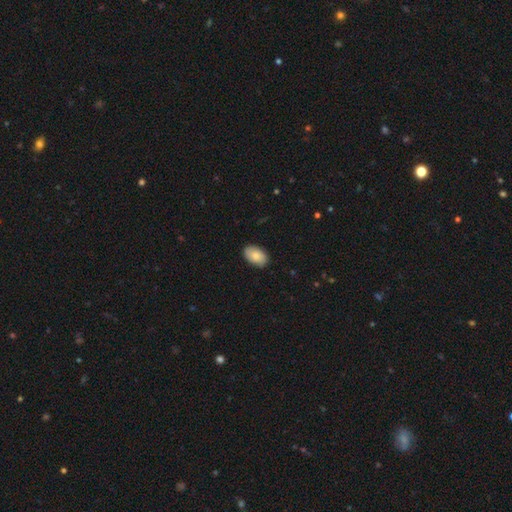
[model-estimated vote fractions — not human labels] Overall: smooth (84%). How rounded: in between (92%). Merging: none (86%).